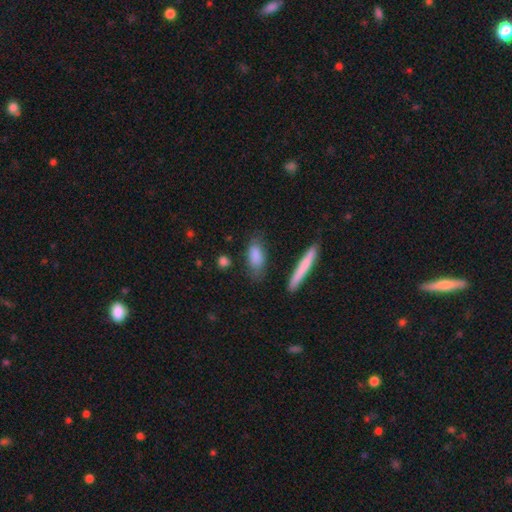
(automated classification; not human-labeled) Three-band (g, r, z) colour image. It shows a smooth galaxy with no disk features (82%) that is in between round and cigar-shaped (68%). Merging: none (70%).